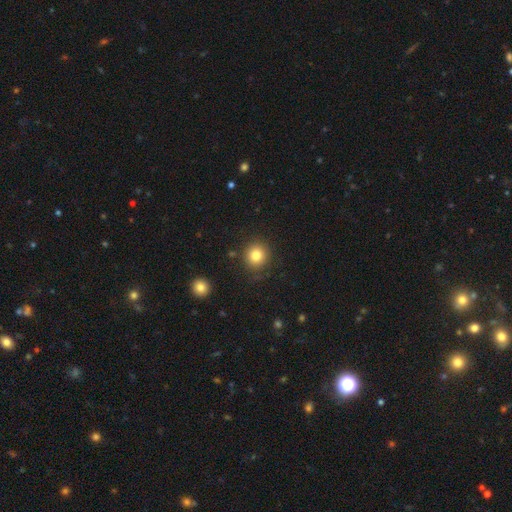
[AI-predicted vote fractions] smooth_or_featured: smooth (p=0.82) [alt: star or artifact p=0.11]
how_rounded: round (p=0.90) [alt: in between p=0.09]
merging: none (p=0.86) [alt: minor disturbance p=0.08]